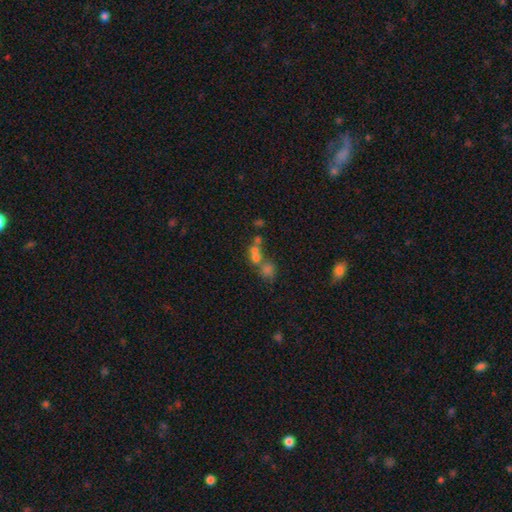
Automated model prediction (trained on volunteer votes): The model was most divided on "merging": merger: 53%, none: 33%, minor disturbance: 8%, major disturbance: 6%. More confident: how rounded — round (61%); smooth or featured — smooth (57%).